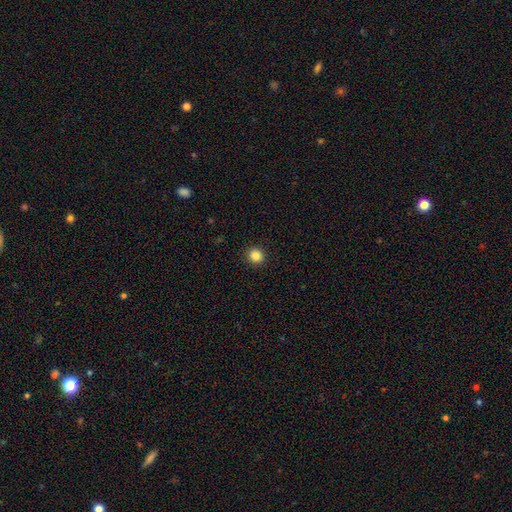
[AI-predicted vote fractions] This is clearly a smooth galaxy (85%). How rounded: clearly round (89%). Merging: clearly none (92%).